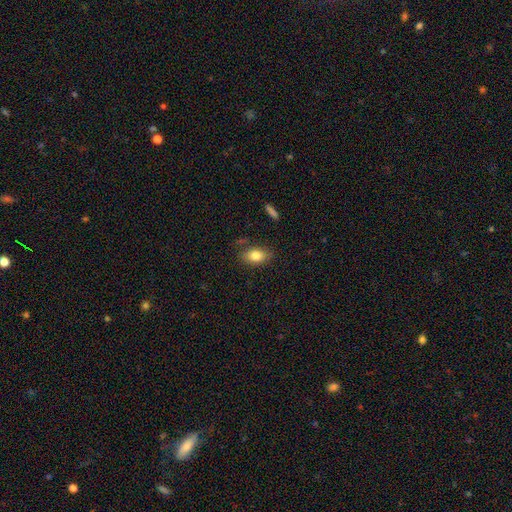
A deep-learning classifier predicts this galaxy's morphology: Q: Smooth or featured?
A: smooth (81%); runner-up: featured or disk (12%)
Q: How rounded?
A: in between (87%); runner-up: round (10%)
Q: Merging?
A: none (78%); runner-up: minor disturbance (16%)